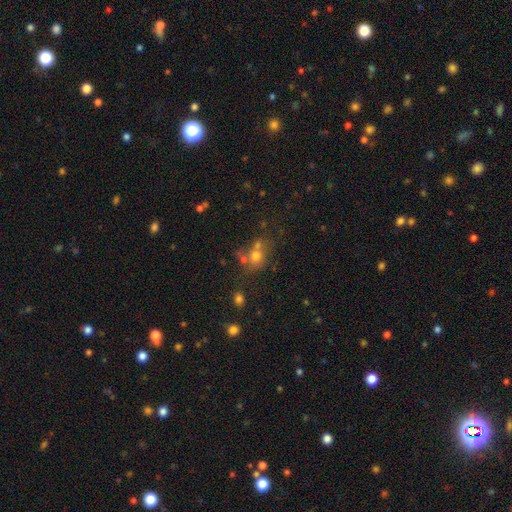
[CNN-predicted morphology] smooth 64%, star or artifact 20%, featured or disk 16%. Down the decision tree: how rounded — round (68%); merging — none (46%).